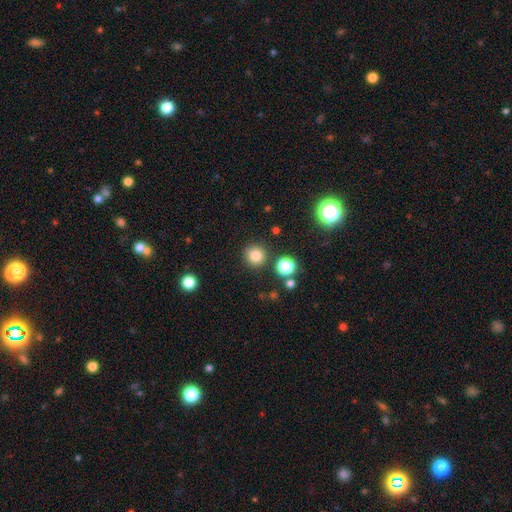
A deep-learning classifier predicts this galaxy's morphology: Q: Smooth or featured?
A: smooth (81%); runner-up: star or artifact (13%)
Q: How rounded?
A: round (94%); runner-up: in between (5%)
Q: Merging?
A: none (87%); runner-up: minor disturbance (7%)